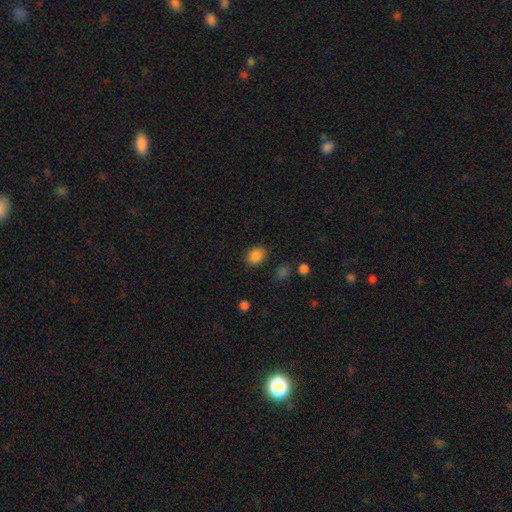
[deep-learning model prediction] smooth-or-featured: smooth: 86% | star or artifact: 10% | featured or disk: 4%
  how-rounded: in between: 66% | round: 33% | cigar-shaped: 1%
  merging: none: 84% | minor disturbance: 10% | major disturbance: 3% | merger: 2%